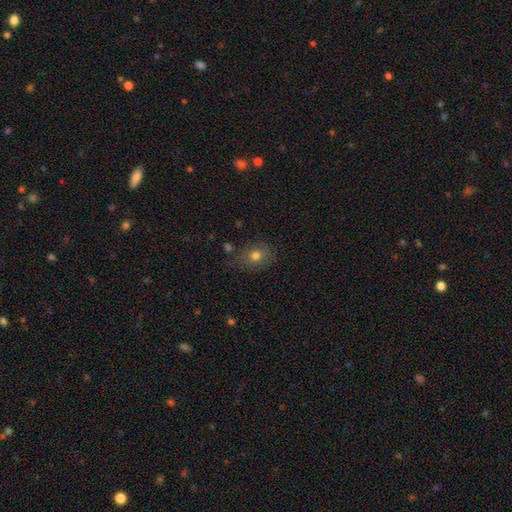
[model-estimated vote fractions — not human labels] Overall: smooth (72%). How rounded: round (59%; in between 40%). Merging: none (70%).